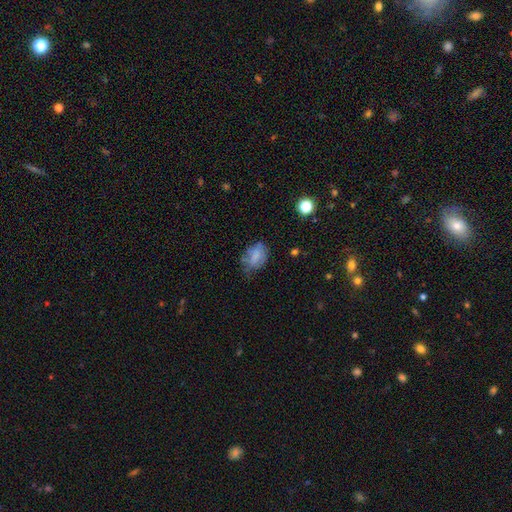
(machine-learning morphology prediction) Overall: smooth (64%; featured or disk 25%). How rounded: in between (77%). Merging: none (47%; minor disturbance 33%).